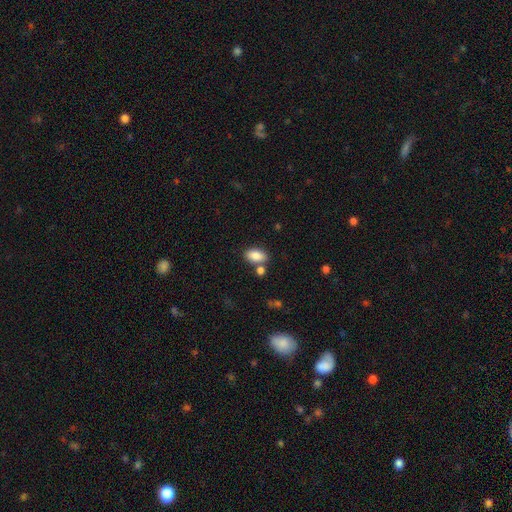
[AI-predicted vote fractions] A smooth galaxy with no disk features (86%) that is in between round and cigar-shaped (91%).

Vote fractions:
- Smooth or featured? smooth: 86% / star or artifact: 8% / featured or disk: 7%
- How rounded? in between: 91% / round: 6% / cigar-shaped: 3%
- Merging? none: 70% / merger: 15% / minor disturbance: 12% / major disturbance: 3%